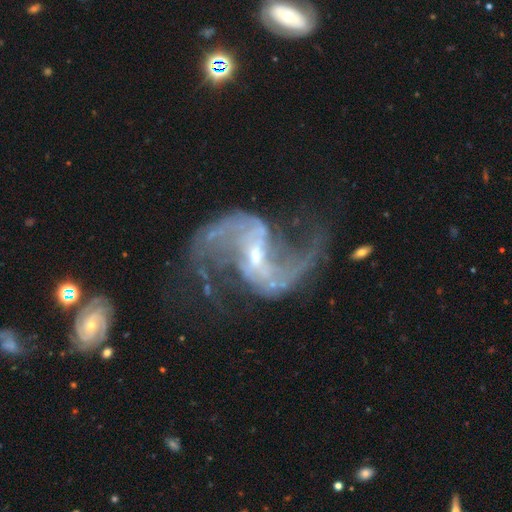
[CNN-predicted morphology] Q: Smooth or featured?
A: featured or disk (92%); runner-up: star or artifact (6%)
Q: Edge-on disk?
A: no (98%); runner-up: yes (2%)
Q: Bar?
A: weak (44%); runner-up: strong (35%)
Q: Spiral arms?
A: yes (97%); runner-up: no (3%)
Q: Spiral winding?
A: loose (67%); runner-up: medium (27%)
Q: Spiral arm count?
A: 2 (92%); runner-up: can't tell (2%)
Q: Bulge size?
A: small (73%); runner-up: moderate (22%)
Q: Merging?
A: none (58%); runner-up: major disturbance (21%)